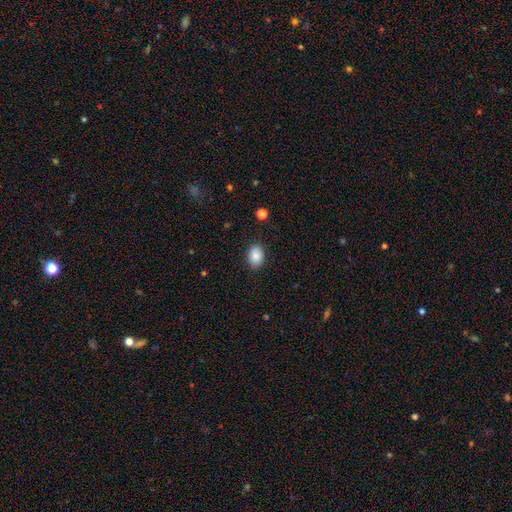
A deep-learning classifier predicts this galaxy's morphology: Smooth or featured?
  - smooth: 87% *
  - star or artifact: 8%
  - featured or disk: 5%
How rounded?
  - in between: 74% *
  - round: 25%
  - cigar-shaped: 1%
Merging?
  - none: 85% *
  - minor disturbance: 11%
  - major disturbance: 3%
  - merger: 1%